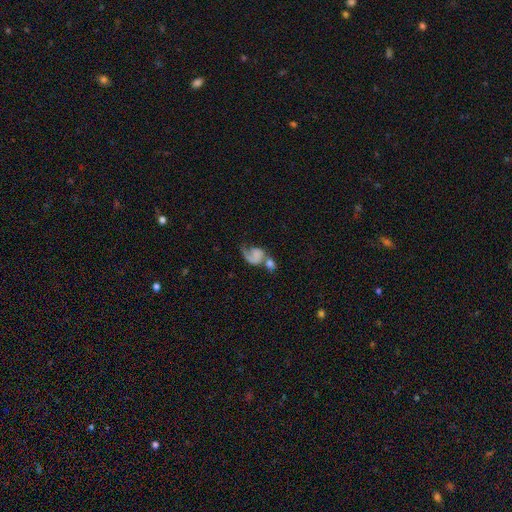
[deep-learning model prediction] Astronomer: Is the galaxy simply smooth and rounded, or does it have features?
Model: featured or disk — 50% (runner-up: smooth, 41%).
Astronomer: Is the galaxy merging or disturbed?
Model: merger — 45% (runner-up: major disturbance, 25%).